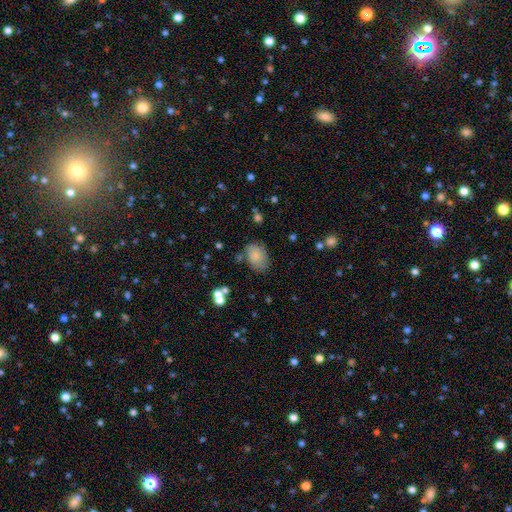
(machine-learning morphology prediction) Overall: smooth (80%). How rounded: in between (80%). Merging: none (68%).